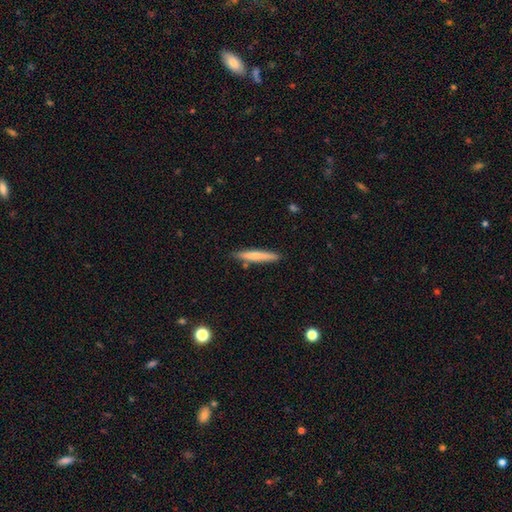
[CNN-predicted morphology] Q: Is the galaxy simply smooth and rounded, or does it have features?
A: smooth — 67%.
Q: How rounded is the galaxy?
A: cigar-shaped — 94%.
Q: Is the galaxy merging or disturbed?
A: none — 87%.